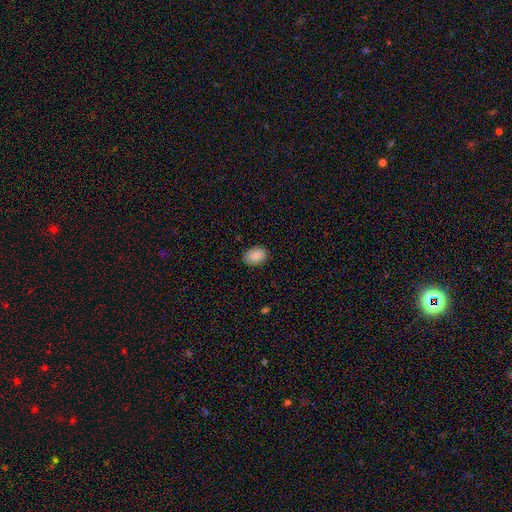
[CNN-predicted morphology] smooth 89%, star or artifact 7%, featured or disk 4%. Down the decision tree: how rounded — in between (84%); merging — none (86%).